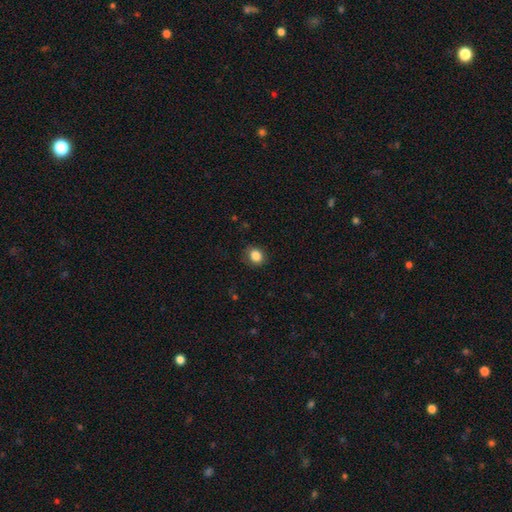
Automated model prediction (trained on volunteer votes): Smooth or featured: smooth — 86% (star or artifact — 10%)
How rounded: round — 62% (in between — 37%)
Merging: none — 84% (minor disturbance — 12%)